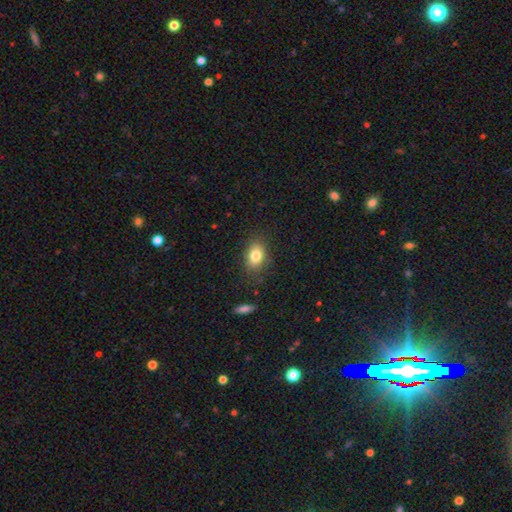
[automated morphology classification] A smooth galaxy with no disk features (81%) that is in between round and cigar-shaped (77%). Merging: none (83%).